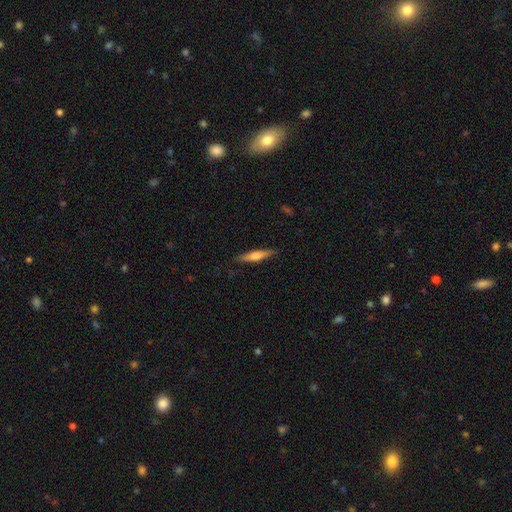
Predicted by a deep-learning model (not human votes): This appears to be a smooth galaxy with no disk features (51%) that is cigar-shaped (86%). Merging: none (86%).